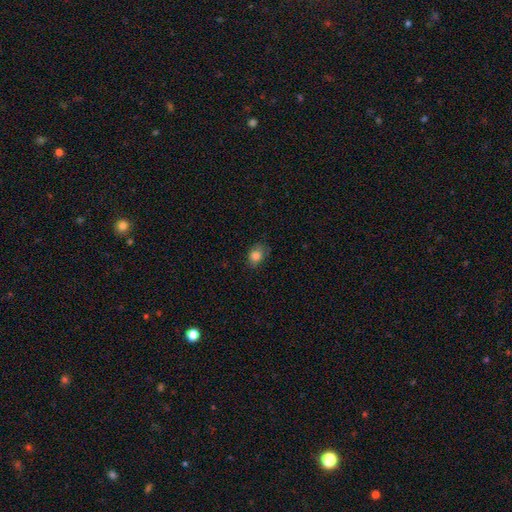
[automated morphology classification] Smooth or featured?
  - smooth: 84% *
  - star or artifact: 10%
  - featured or disk: 6%
How rounded?
  - in between: 57% *
  - round: 41%
  - cigar-shaped: 1%
Merging?
  - none: 73% *
  - minor disturbance: 21%
  - major disturbance: 5%
  - merger: 1%